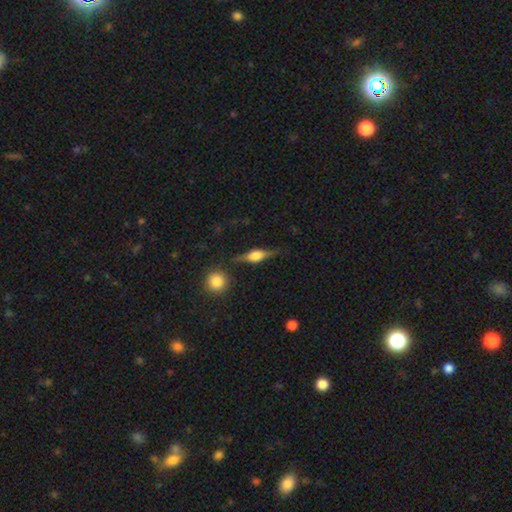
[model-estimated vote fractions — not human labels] Smooth or featured? Predicted: featured or disk (p=0.69). Edge-on disk? Predicted: yes (p=0.95). Edge-on bulge? Predicted: rounded (p=0.88). Merging? Predicted: none (p=0.80).